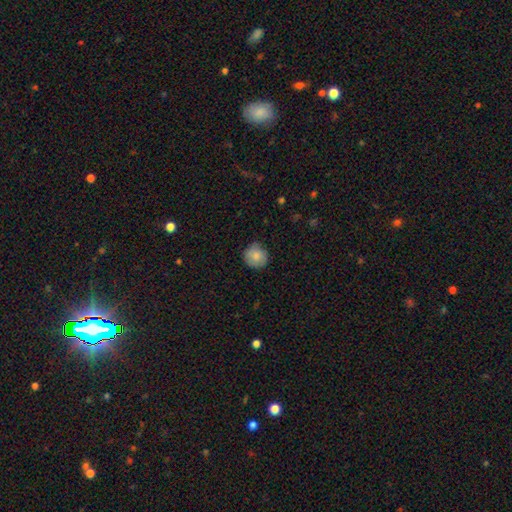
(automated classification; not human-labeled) A smooth galaxy with no disk features (83%) that is round (90%). Merging: none (79%).